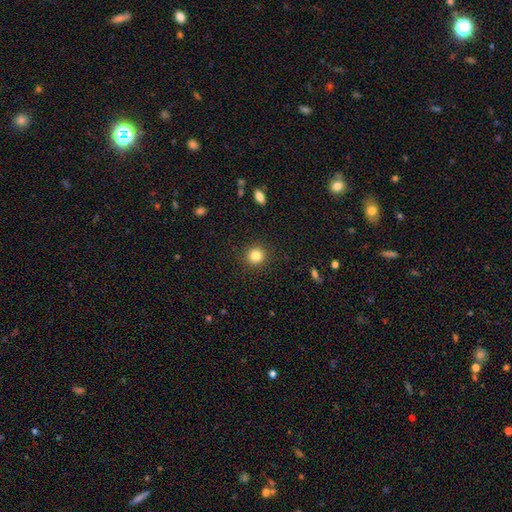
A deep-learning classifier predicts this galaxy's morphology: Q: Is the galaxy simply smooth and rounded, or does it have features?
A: smooth — 84%.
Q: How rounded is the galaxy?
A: round — 93%.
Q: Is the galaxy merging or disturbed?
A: none — 91%.